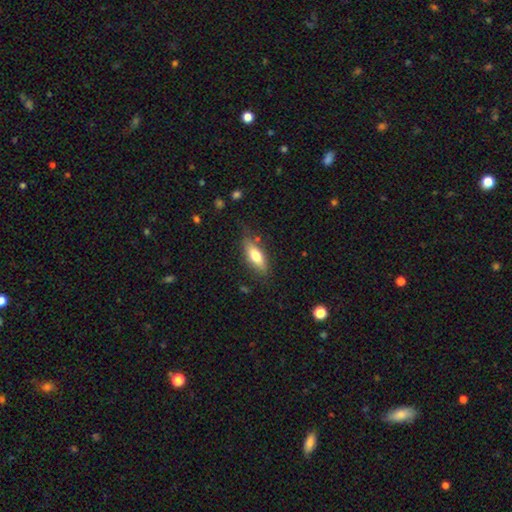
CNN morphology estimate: This appears to be a smooth galaxy with no disk features (70%) that is in between round and cigar-shaped (68%). Merging: none (73%).